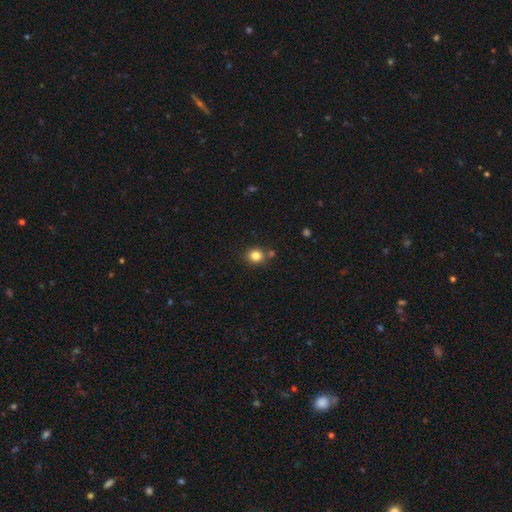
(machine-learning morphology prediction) A smooth galaxy with no disk features (83%) that is round (84%). Merging: none (78%).